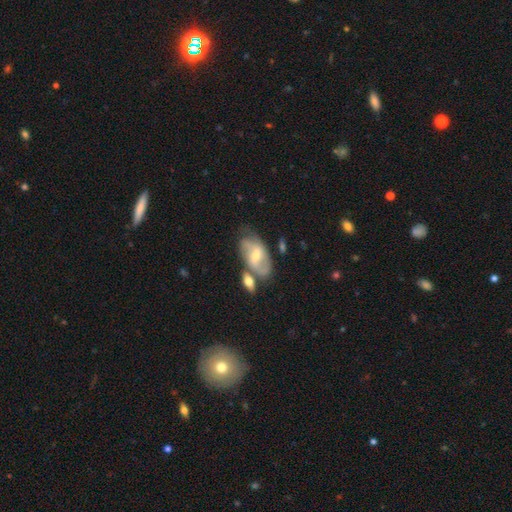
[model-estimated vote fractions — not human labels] smooth_or_featured: featured or disk (p=0.65) [alt: smooth p=0.29]
disk_edge_on: no (p=0.94) [alt: yes p=0.06]
bar: weak (p=0.47) [alt: no p=0.33]
has_spiral_arms: yes (p=0.81) [alt: no p=0.19]
bulge_size: small (p=0.47) [tied with: moderate p=0.47]
merging: none (p=0.50) [alt: merger p=0.22]